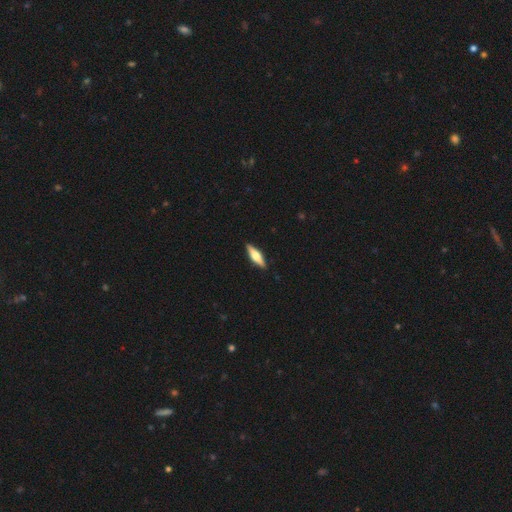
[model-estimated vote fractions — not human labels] Q: Smooth or featured?
A: featured or disk (50%); runner-up: smooth (45%)
Q: Merging?
A: none (90%); runner-up: minor disturbance (8%)